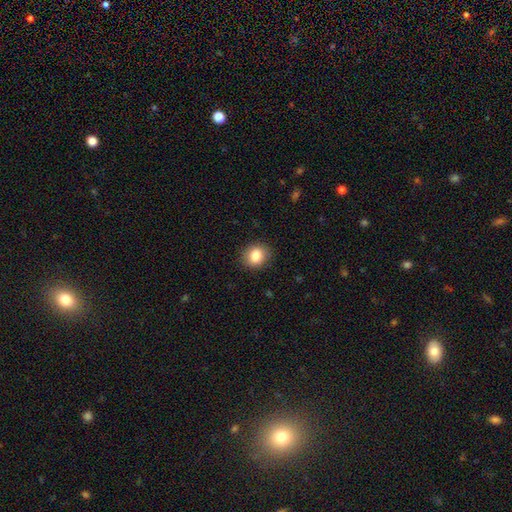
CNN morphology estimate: smooth_or_featured: smooth (p=0.85) [alt: star or artifact p=0.09]
how_rounded: round (p=0.71) [alt: in between p=0.28]
merging: none (p=0.88) [alt: minor disturbance p=0.08]